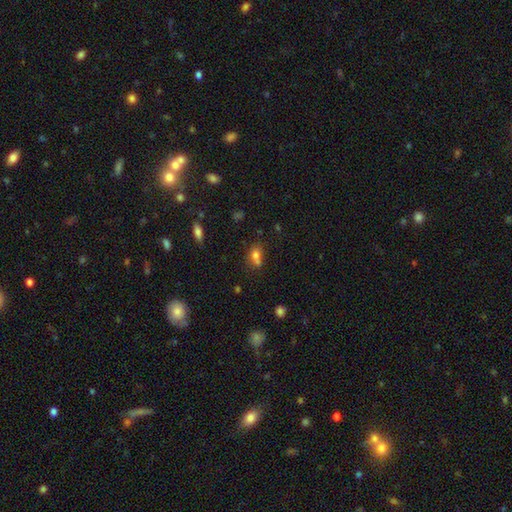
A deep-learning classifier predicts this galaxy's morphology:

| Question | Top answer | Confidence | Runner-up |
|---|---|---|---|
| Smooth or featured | smooth | 73% | star or artifact (14%) |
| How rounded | in between | 63% | round (32%) |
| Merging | none | 39% | merger (34%) |